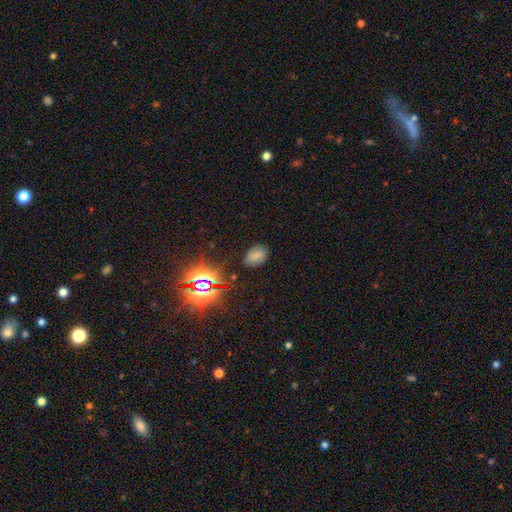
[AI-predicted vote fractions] smooth_or_featured: smooth (p=0.67) [alt: star or artifact p=0.21]
how_rounded: in between (p=0.82) [alt: round p=0.17]
merging: none (p=0.81) [alt: minor disturbance p=0.13]